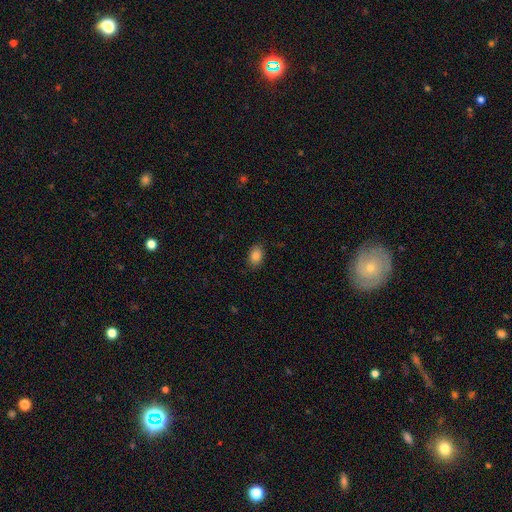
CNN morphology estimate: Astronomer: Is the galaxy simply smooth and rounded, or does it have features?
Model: smooth — 86%.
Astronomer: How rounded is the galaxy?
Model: in between — 78%.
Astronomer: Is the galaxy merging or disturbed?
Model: none — 85%.